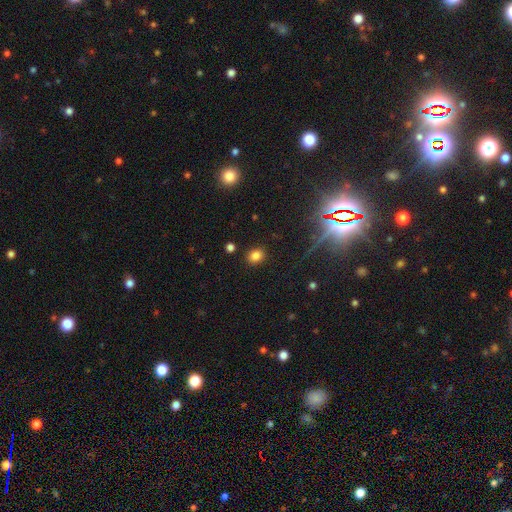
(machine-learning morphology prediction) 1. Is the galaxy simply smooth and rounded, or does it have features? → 80% smooth, 14% star or artifact, 5% featured or disk.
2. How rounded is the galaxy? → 52% round, 47% in between, 1% cigar-shaped.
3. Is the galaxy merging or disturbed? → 88% none, 8% minor disturbance, 3% major disturbance, 2% merger.